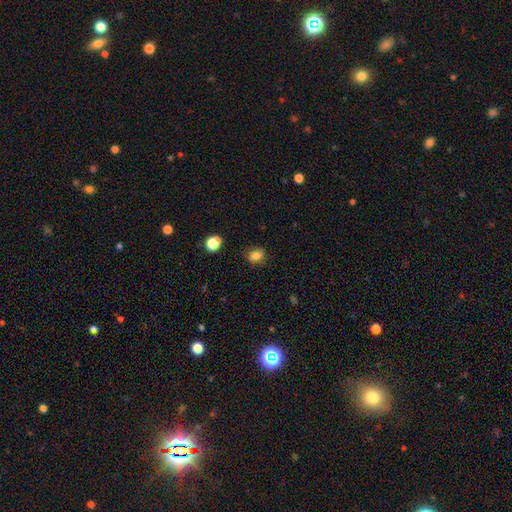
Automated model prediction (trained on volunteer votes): A smooth galaxy with no disk features (82%) that is in between round and cigar-shaped (53%).

Vote fractions:
- Smooth or featured? smooth: 82% / star or artifact: 12% / featured or disk: 6%
- How rounded? in between: 53% / round: 46% / cigar-shaped: 1%
- Merging? none: 84% / minor disturbance: 12% / major disturbance: 3% / merger: 2%